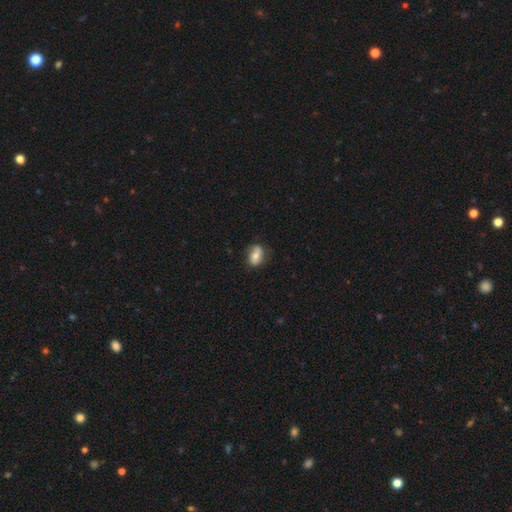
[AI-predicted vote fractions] Smooth or featured: smooth — 61% (featured or disk — 31%)
How rounded: in between — 77% (round — 20%)
Merging: none — 69% (minor disturbance — 23%)